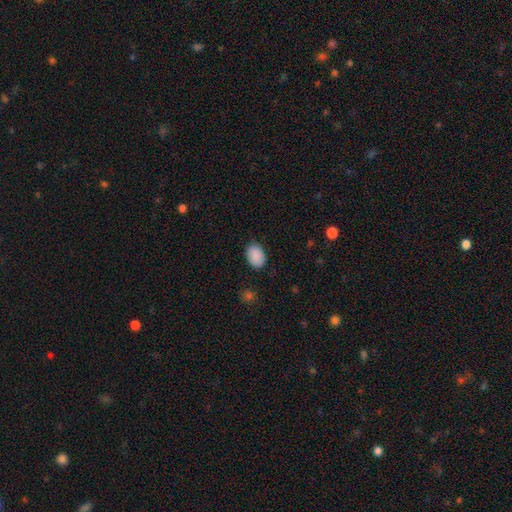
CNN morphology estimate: type=smooth (90%); roundness=in between (84%); merging=none (87%).